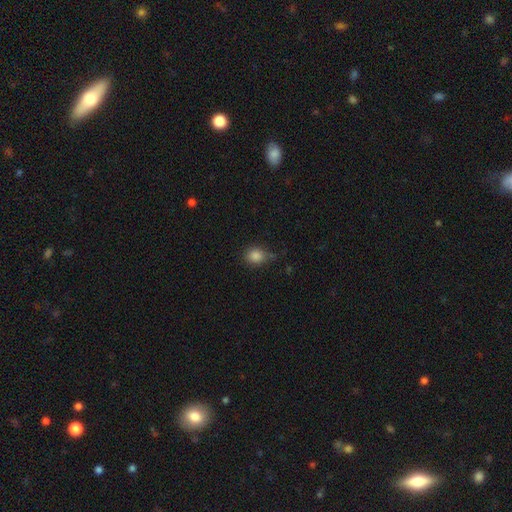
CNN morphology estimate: type=smooth (85%); roundness=round (61%); merging=none (68%).